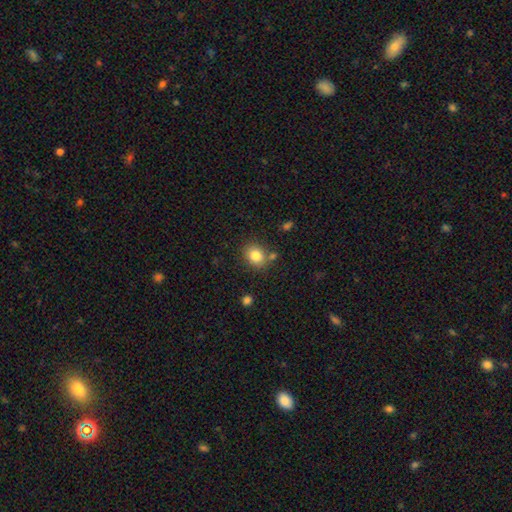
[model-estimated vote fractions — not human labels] smooth-or-featured: smooth: 83% | star or artifact: 10% | featured or disk: 7%
  how-rounded: round: 55% | in between: 44% | cigar-shaped: 1%
  merging: none: 76% | minor disturbance: 11% | merger: 9% | major disturbance: 3%